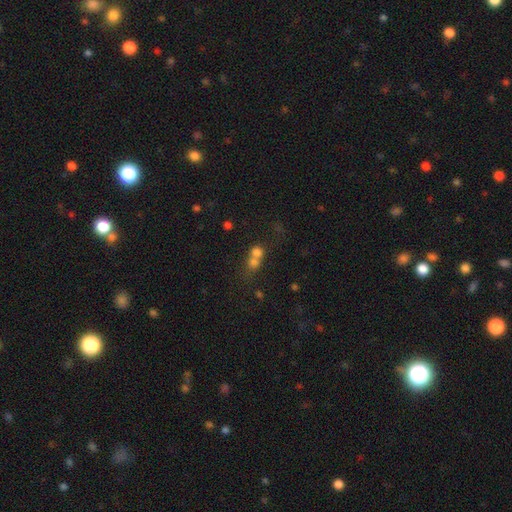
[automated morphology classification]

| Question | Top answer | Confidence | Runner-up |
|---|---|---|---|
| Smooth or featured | smooth | 69% | star or artifact (16%) |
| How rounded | round | 75% | in between (23%) |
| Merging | merger | 65% | none (25%) |